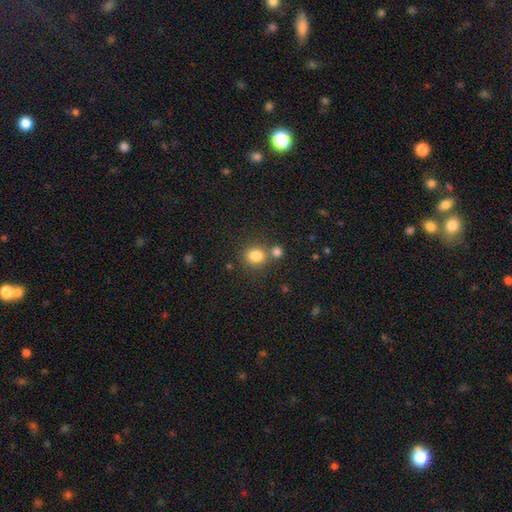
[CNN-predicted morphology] Smooth or featured? Predicted: smooth (p=0.82). How rounded? Predicted: round (p=0.75). Merging? Predicted: none (p=0.64).